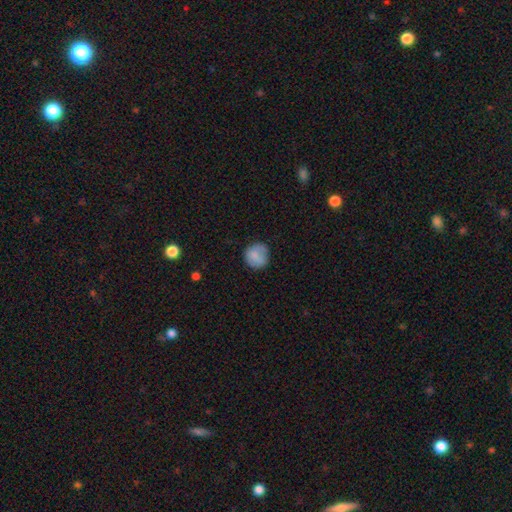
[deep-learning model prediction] A smooth galaxy with no disk features (80%) that is round (88%). Merging: none (69%).